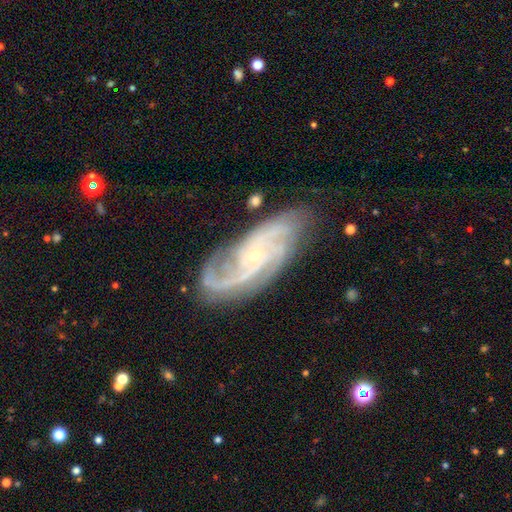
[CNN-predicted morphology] Smooth or featured?
  - featured or disk: 90% *
  - star or artifact: 5%
  - smooth: 5%
Edge-on disk?
  - no: 95% *
  - yes: 5%
Bar?
  - no: 65% *
  - weak: 27%
  - strong: 8%
Spiral arms?
  - yes: 98% *
  - no: 2%
Spiral winding?
  - medium: 47% *
  - tight: 39%
  - loose: 13%
Spiral arm count?
  - 3: 34% *
  - 2: 29%
  - can't tell: 14%
  - 4: 11%
  - more than 4: 6%
  - 1: 6%
Bulge size?
  - small: 84% *
  - moderate: 12%
  - none: 2%
  - large: 1%
  - dominant: 1%
Merging?
  - none: 74% *
  - minor disturbance: 18%
  - major disturbance: 7%
  - merger: 2%